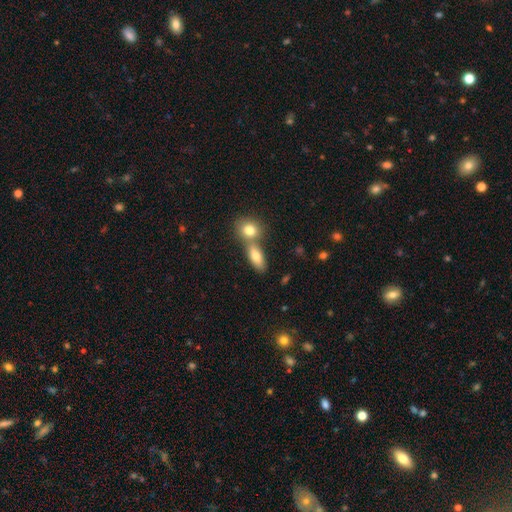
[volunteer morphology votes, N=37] type=smooth (81%); roundness=in between (67%); merging=merger (59%).